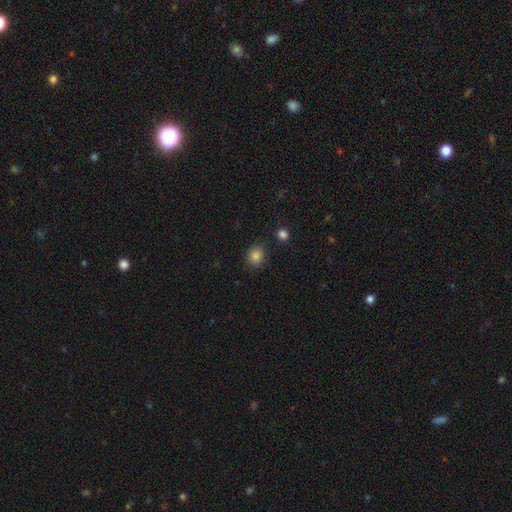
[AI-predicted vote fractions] The model was most divided on "how rounded": round: 83%, in between: 16%, cigar-shaped: 1%. More confident: merging — none (87%); smooth or featured — smooth (85%).